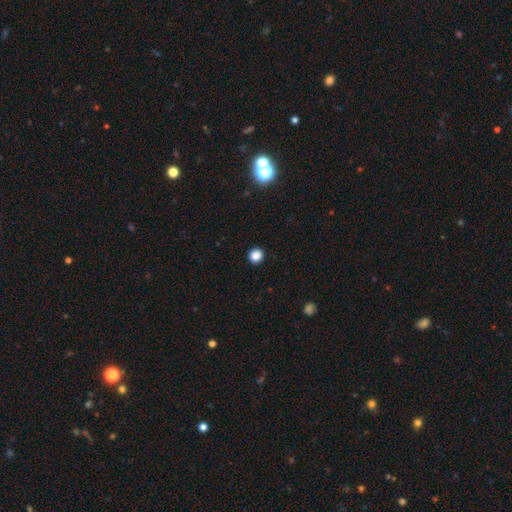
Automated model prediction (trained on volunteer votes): A smooth galaxy with no disk features (86%) that is round (93%).

Vote fractions:
- Smooth or featured? smooth: 86% / star or artifact: 11% / featured or disk: 3%
- How rounded? round: 93% / in between: 7% / cigar-shaped: 1%
- Merging? none: 93% / minor disturbance: 5% / major disturbance: 2% / merger: 1%